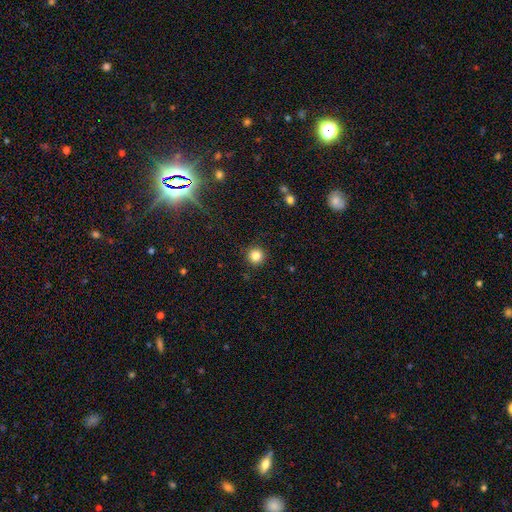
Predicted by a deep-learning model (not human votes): Smooth or featured?
  - smooth: 85% *
  - star or artifact: 11%
  - featured or disk: 4%
How rounded?
  - round: 96% *
  - in between: 3%
  - cigar-shaped: 1%
Merging?
  - none: 92% *
  - minor disturbance: 5%
  - major disturbance: 2%
  - merger: 1%